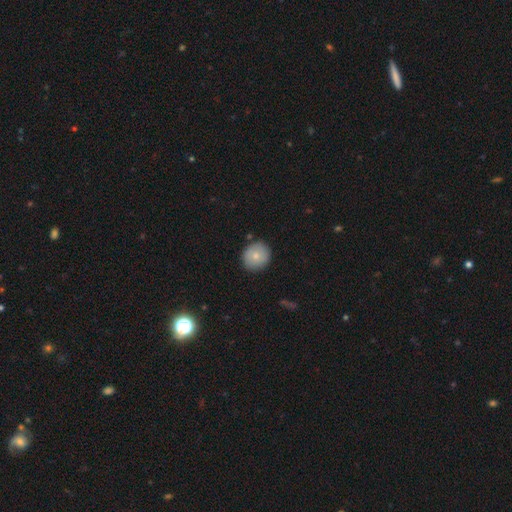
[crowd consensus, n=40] smooth_or_featured: smooth (p=0.75) [alt: featured or disk p=0.20]
how_rounded: round (p=0.93) [alt: in between p=0.07]
merging: none (p=0.84) [alt: merger p=0.08]